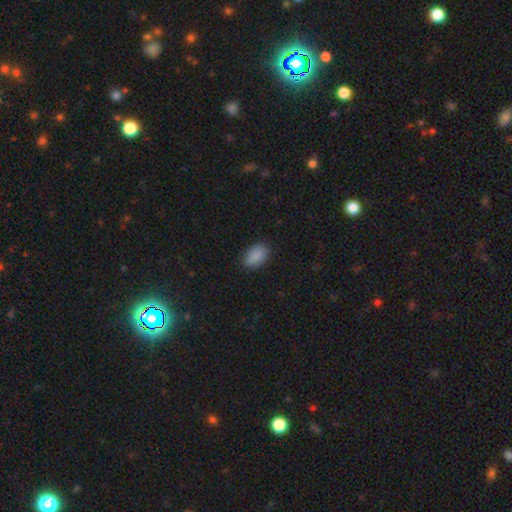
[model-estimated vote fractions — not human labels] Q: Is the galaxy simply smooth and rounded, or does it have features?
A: smooth — 88%.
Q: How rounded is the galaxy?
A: in between — 89%.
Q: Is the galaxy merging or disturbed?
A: none — 85%.